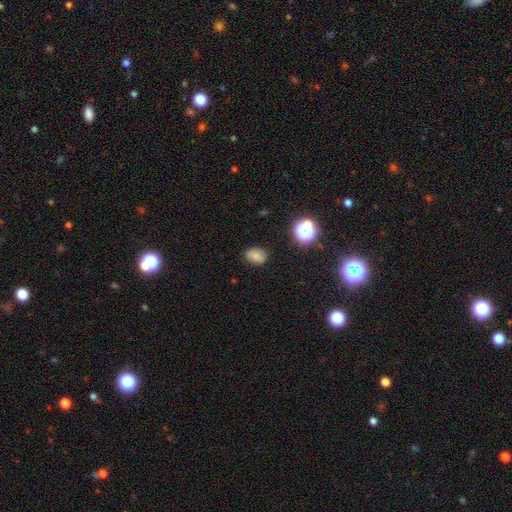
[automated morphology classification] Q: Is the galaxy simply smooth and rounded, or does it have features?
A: smooth — 76%.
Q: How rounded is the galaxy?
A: in between — 70%.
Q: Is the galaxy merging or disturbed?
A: none — 81%.